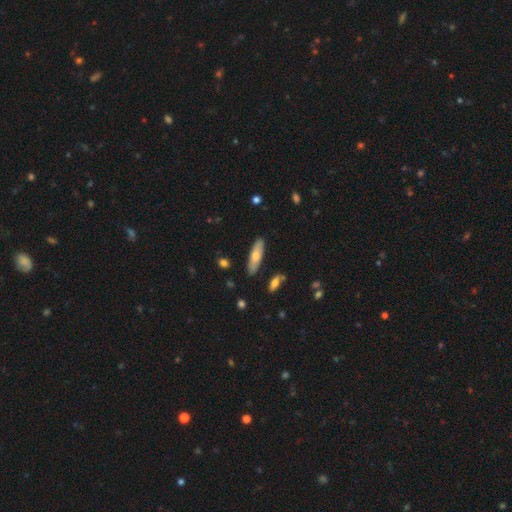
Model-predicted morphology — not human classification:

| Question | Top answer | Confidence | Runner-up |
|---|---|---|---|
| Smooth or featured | smooth | 69% | featured or disk (25%) |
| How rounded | cigar-shaped | 59% | in between (39%) |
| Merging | none | 85% | minor disturbance (11%) |